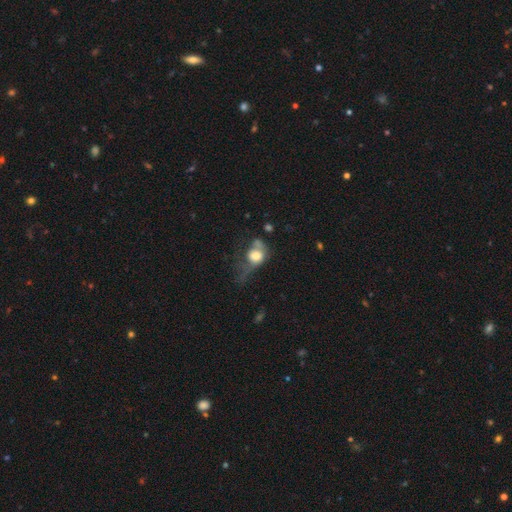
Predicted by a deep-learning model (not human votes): Smooth or featured: smooth — 66% (featured or disk — 24%)
How rounded: round — 51% (in between — 47%)
Merging: major disturbance — 45% (minor disturbance — 20%)